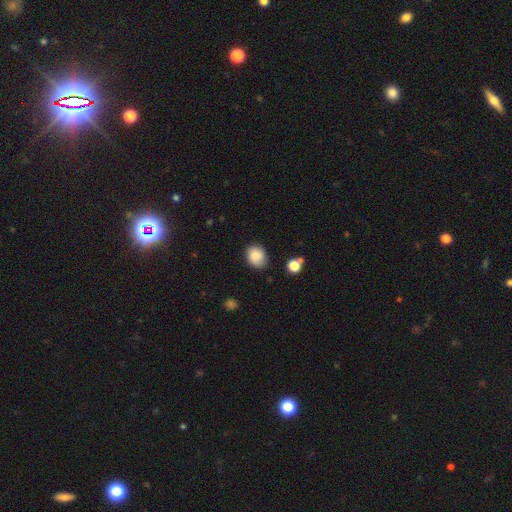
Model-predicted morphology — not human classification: This appears to be a smooth galaxy with no disk features (82%) that is round (54%). Merging: none (75%).